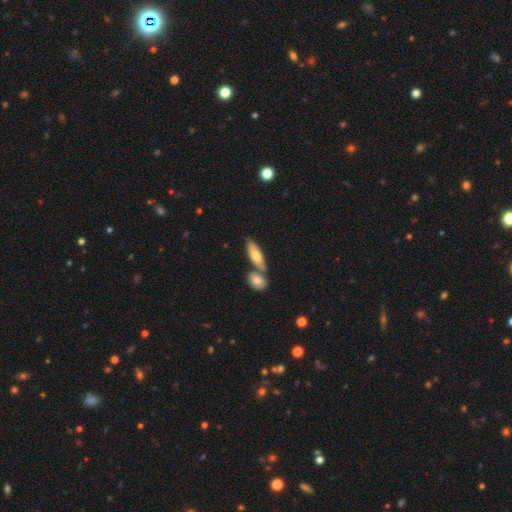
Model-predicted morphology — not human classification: A smooth galaxy with no disk features (63%) that is in between round and cigar-shaped (57%). Merging: none (54%).